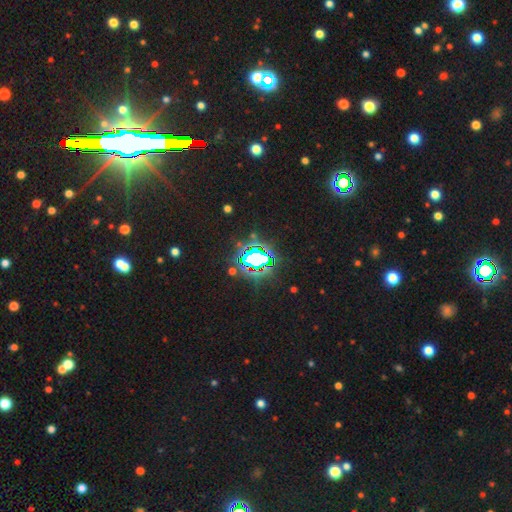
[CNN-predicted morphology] type=star or artifact (75%).